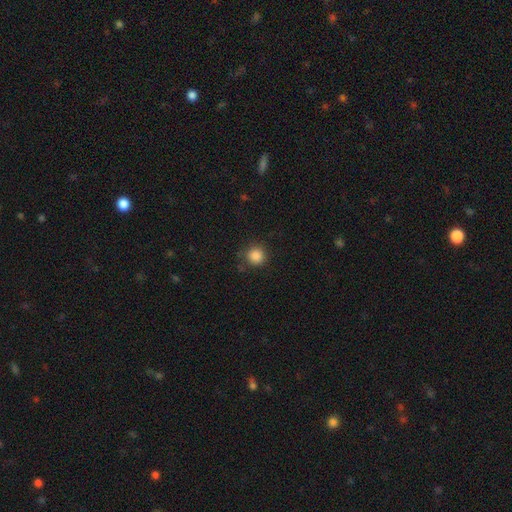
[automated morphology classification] Overall: smooth (86%). How rounded: round (93%). Merging: none (83%).